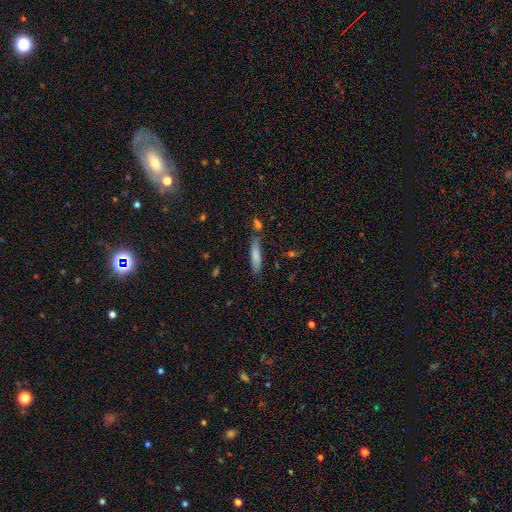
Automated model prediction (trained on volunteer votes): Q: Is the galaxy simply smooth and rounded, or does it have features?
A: smooth — 78%.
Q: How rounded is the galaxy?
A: cigar-shaped — 77%.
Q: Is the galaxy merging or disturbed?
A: none — 73%.